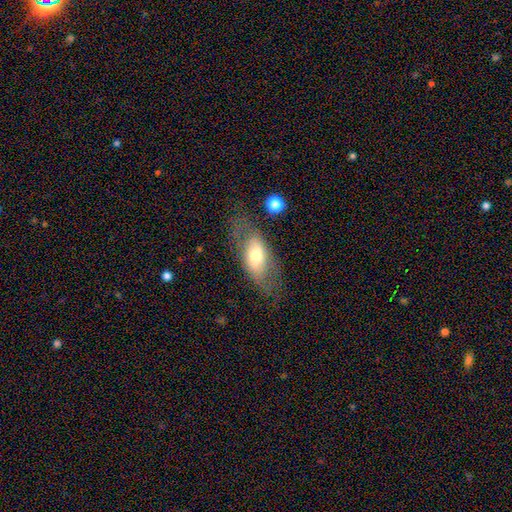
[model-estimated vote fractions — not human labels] Smooth or featured? smooth (52%)
How rounded? in between (82%)
Merging? none (62%)